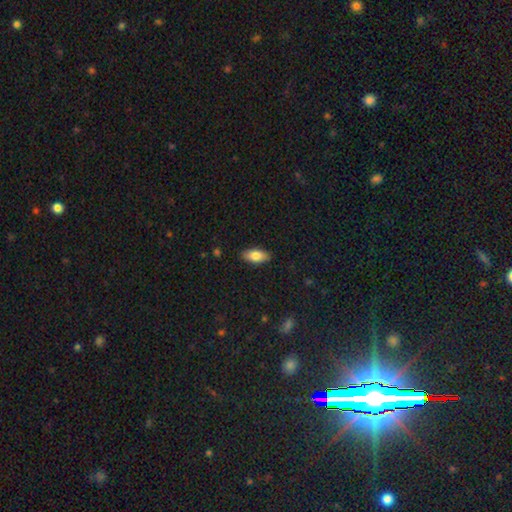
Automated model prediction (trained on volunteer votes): A smooth galaxy with no disk features (80%) that is in between round and cigar-shaped (88%). Merging: none (89%).